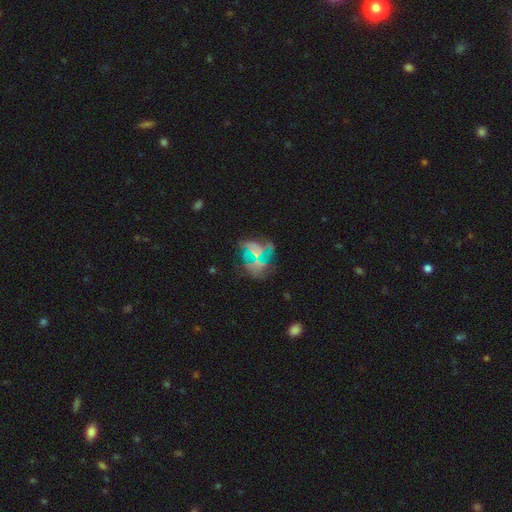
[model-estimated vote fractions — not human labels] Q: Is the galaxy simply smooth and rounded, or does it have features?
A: featured or disk — 45%.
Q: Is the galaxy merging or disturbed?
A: none — 45%.